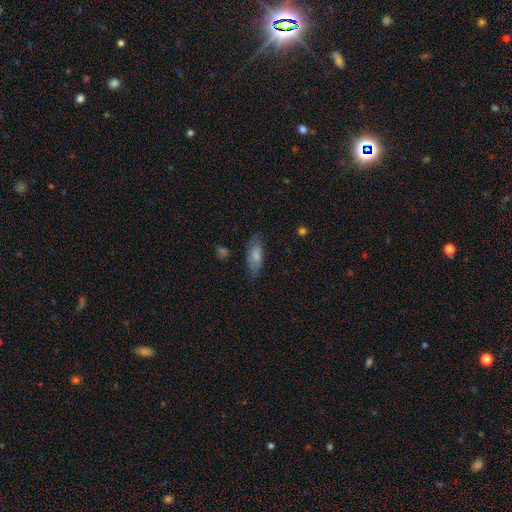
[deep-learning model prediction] smooth 77%, featured or disk 16%, star or artifact 7%. Down the decision tree: how rounded — in between (73%); merging — none (71%).